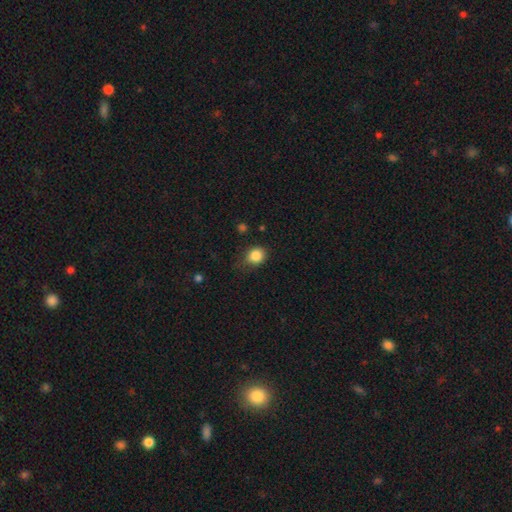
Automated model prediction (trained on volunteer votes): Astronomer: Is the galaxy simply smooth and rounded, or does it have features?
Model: smooth — 85%.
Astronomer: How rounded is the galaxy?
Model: round — 69%.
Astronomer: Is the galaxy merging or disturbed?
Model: none — 73%.